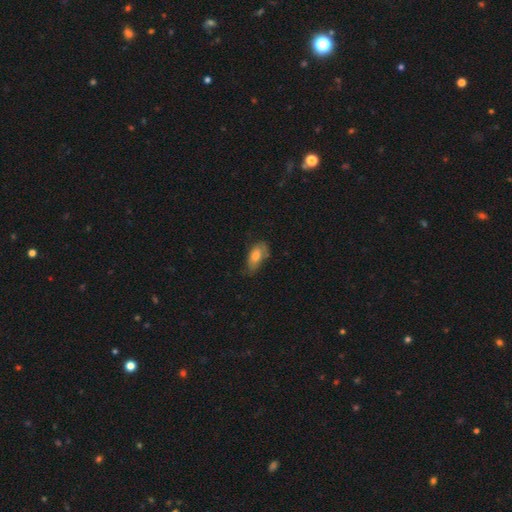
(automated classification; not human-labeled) A smooth galaxy with no disk features (74%) that is in between round and cigar-shaped (89%).

Vote fractions:
- Smooth or featured? smooth: 74% / featured or disk: 18% / star or artifact: 8%
- How rounded? in between: 89% / cigar-shaped: 6% / round: 5%
- Merging? none: 55% / minor disturbance: 33% / major disturbance: 9% / merger: 3%